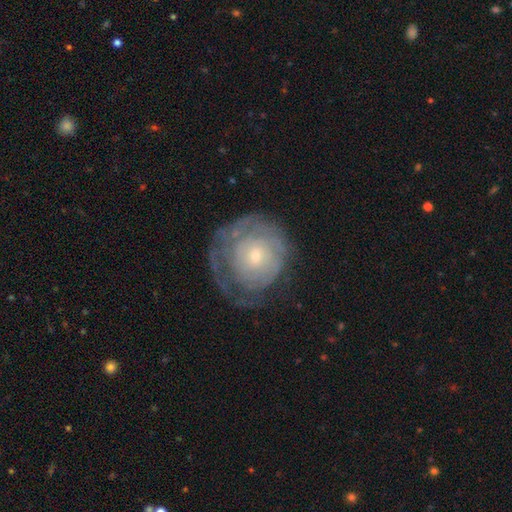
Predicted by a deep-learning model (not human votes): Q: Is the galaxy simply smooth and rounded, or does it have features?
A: featured or disk — 66%.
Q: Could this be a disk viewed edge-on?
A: no — 97%.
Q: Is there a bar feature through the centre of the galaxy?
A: no — 81%.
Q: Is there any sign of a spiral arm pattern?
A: yes — 68%.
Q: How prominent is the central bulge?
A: small — 73%.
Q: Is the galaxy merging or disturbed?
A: none — 52%.